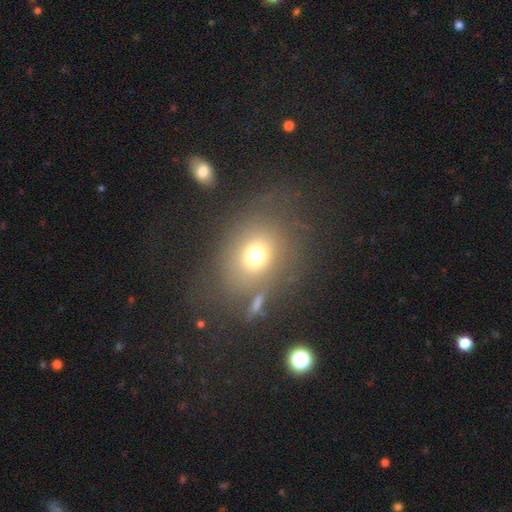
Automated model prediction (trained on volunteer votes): A smooth galaxy with no disk features (69%) that is round (68%). Merging: none (66%).